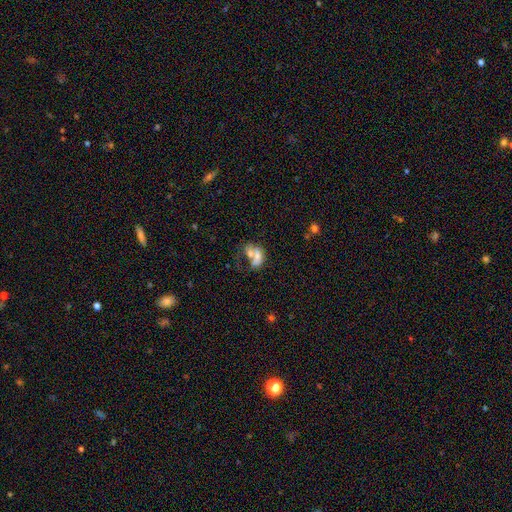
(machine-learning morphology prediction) A smooth galaxy with no disk features (56%) that is in between round and cigar-shaped (80%). Merging: merger (57%).